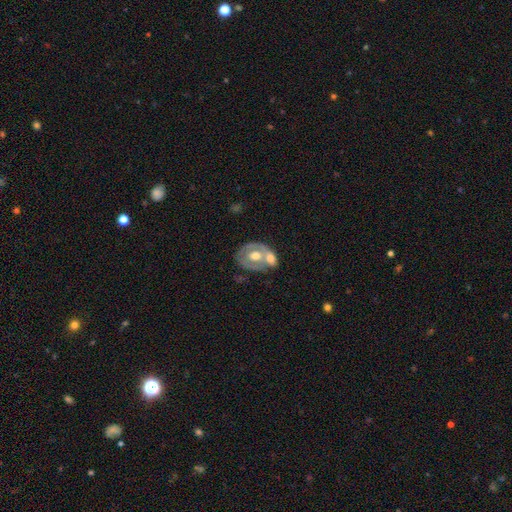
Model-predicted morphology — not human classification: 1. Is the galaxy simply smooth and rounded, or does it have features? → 62% featured or disk, 33% smooth, 6% star or artifact.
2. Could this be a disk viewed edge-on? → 95% no, 5% yes.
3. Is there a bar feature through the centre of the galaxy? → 78% no, 17% weak, 5% strong.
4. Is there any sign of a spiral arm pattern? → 68% no, 32% yes.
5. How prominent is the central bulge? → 73% moderate, 17% large, 7% small, 2% none, 1% dominant.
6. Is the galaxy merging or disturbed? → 49% merger, 32% none, 13% minor disturbance, 7% major disturbance.